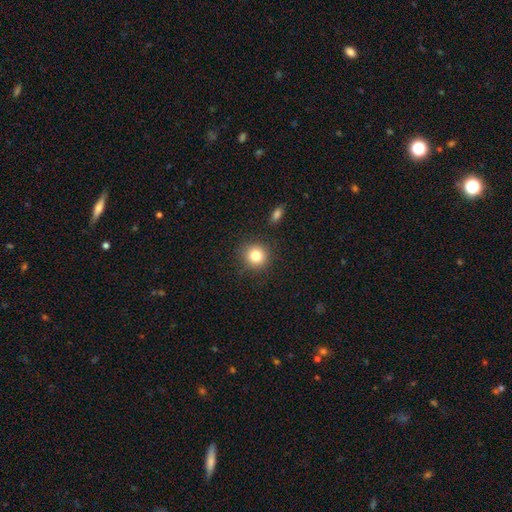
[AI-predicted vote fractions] Overall: smooth (82%). How rounded: round (91%). Merging: none (87%).